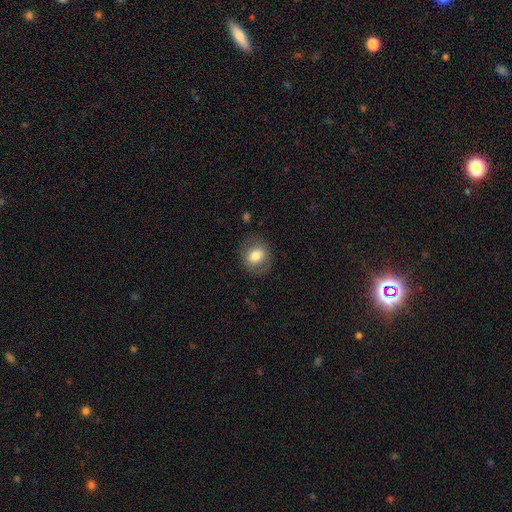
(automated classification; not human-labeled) This is likely a smooth galaxy (70%). How rounded: likely round (64%). Merging: likely none (80%).